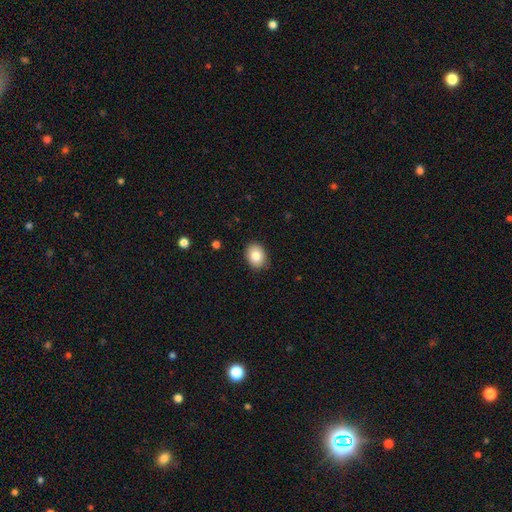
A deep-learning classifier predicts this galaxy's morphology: Smooth or featured? Predicted: smooth (p=0.82). How rounded? Predicted: in between (p=0.60). Merging? Predicted: none (p=0.88).